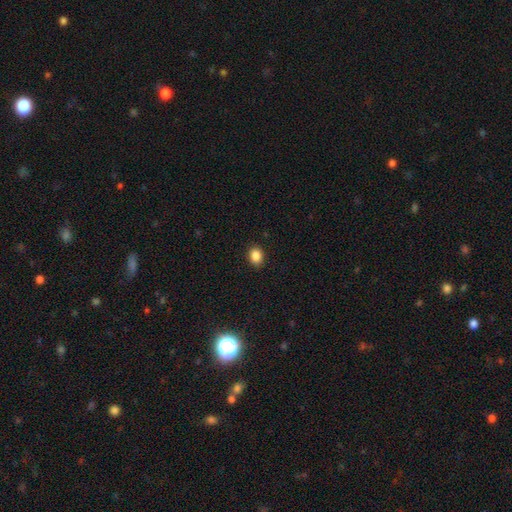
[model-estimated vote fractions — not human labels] Q: Smooth or featured?
A: smooth (87%); runner-up: star or artifact (10%)
Q: How rounded?
A: in between (56%); runner-up: round (43%)
Q: Merging?
A: none (91%); runner-up: minor disturbance (7%)